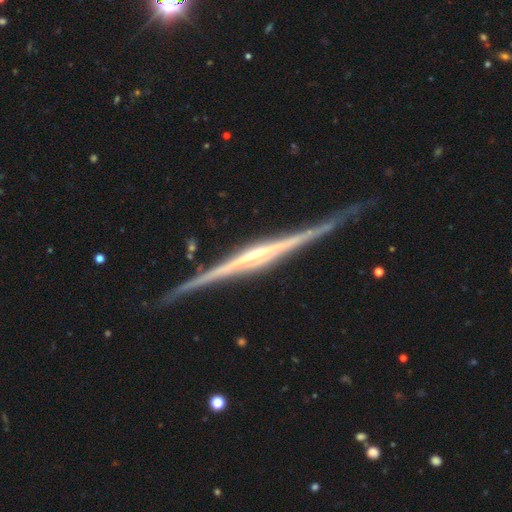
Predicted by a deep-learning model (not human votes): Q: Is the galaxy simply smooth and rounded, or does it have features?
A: featured or disk — 90%.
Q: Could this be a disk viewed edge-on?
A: yes — 98%.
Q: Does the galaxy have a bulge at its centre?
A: rounded — 48%.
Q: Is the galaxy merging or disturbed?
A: none — 85%.